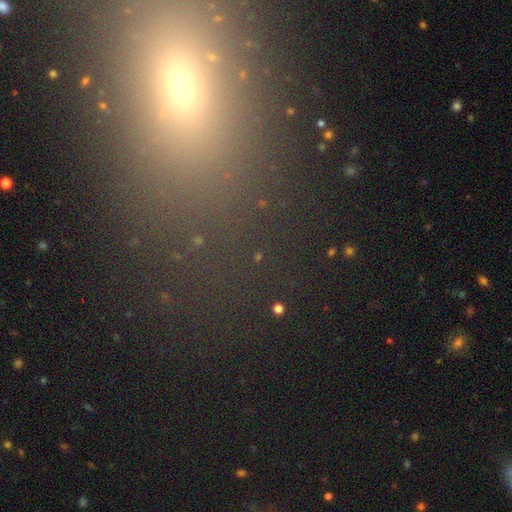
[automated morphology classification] Smooth or featured?
  - star or artifact: 48% *
  - smooth: 38%
  - featured or disk: 14%